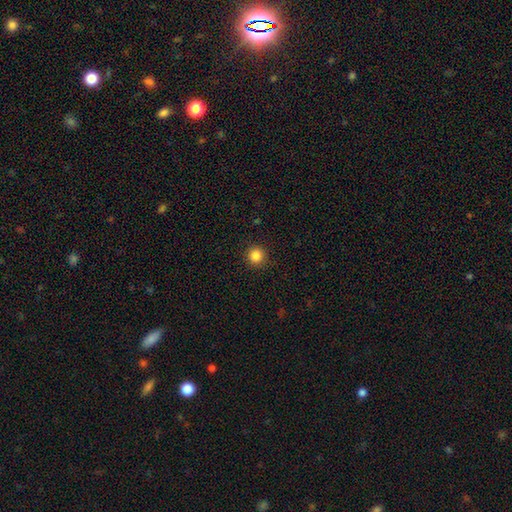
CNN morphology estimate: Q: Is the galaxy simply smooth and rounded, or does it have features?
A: smooth — 85%.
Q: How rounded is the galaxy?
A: round — 95%.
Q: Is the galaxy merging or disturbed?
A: none — 92%.